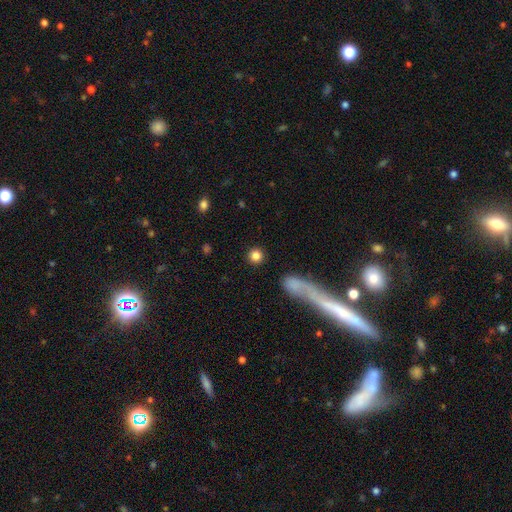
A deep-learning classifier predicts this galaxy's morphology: Smooth or featured? smooth (84%)
How rounded? round (92%)
Merging? none (89%)